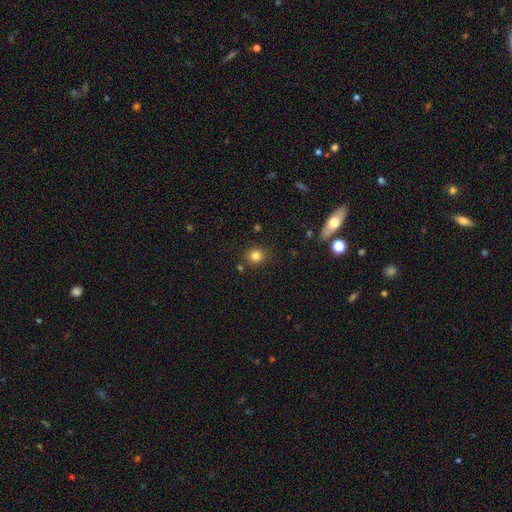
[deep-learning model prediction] The model was most divided on "how rounded": round: 82%, in between: 18%, cigar-shaped: 1%. More confident: merging — none (83%); smooth or featured — smooth (81%).